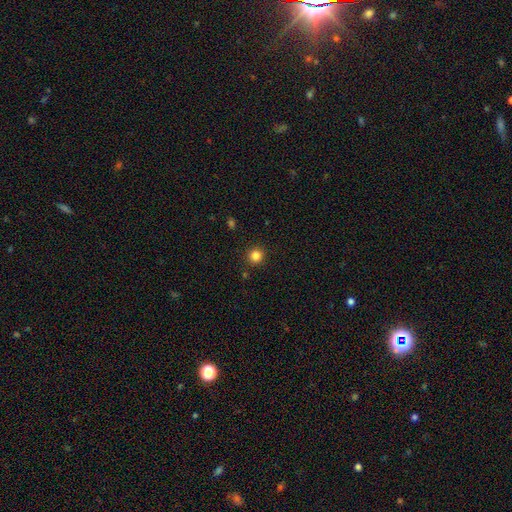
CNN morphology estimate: Smooth or featured?
  - smooth: 83% *
  - star or artifact: 13%
  - featured or disk: 4%
How rounded?
  - round: 94% *
  - in between: 5%
  - cigar-shaped: 1%
Merging?
  - none: 91% *
  - minor disturbance: 6%
  - major disturbance: 2%
  - merger: 2%